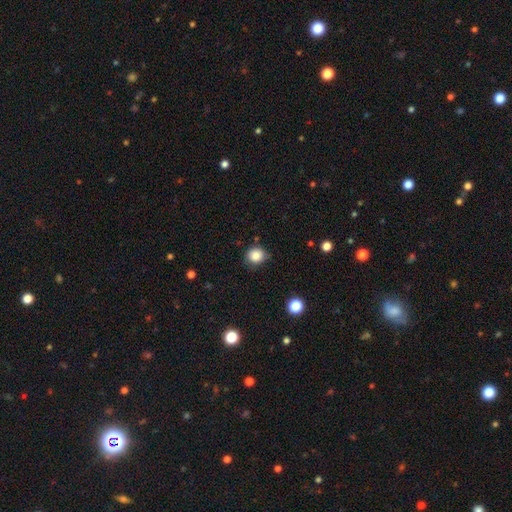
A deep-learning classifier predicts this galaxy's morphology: This is clearly a smooth galaxy (85%). How rounded: likely round (80%). Merging: likely none (78%).